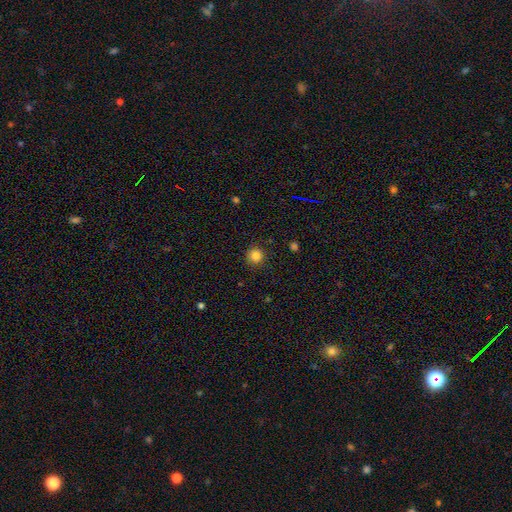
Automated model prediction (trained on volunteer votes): Smooth or featured? smooth (84%)
How rounded? round (94%)
Merging? none (90%)